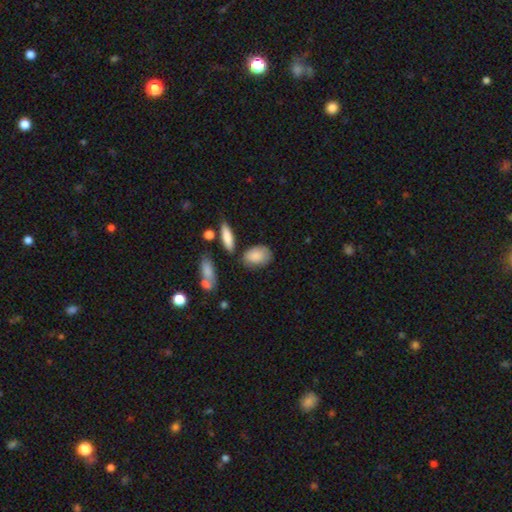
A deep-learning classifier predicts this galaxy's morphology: A smooth galaxy with no disk features (84%) that is in between round and cigar-shaped (86%).

Vote fractions:
- Smooth or featured? smooth: 84% / featured or disk: 9% / star or artifact: 7%
- How rounded? in between: 86% / round: 12% / cigar-shaped: 3%
- Merging? none: 68% / minor disturbance: 20% / merger: 7% / major disturbance: 6%